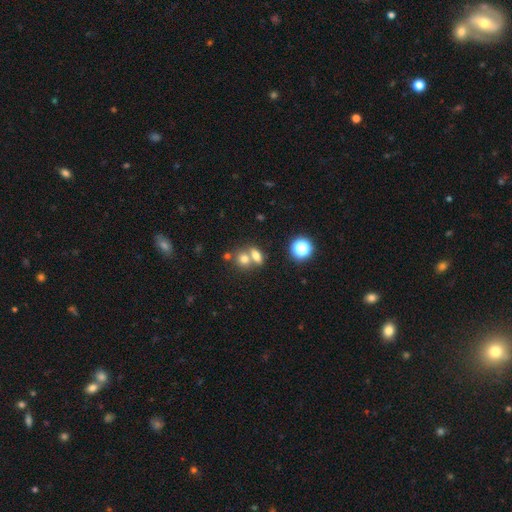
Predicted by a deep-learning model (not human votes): smooth_or_featured: smooth (p=0.72) [alt: star or artifact p=0.14]
how_rounded: in between (p=0.59) [alt: round p=0.35]
merging: merger (p=0.50) [alt: none p=0.39]